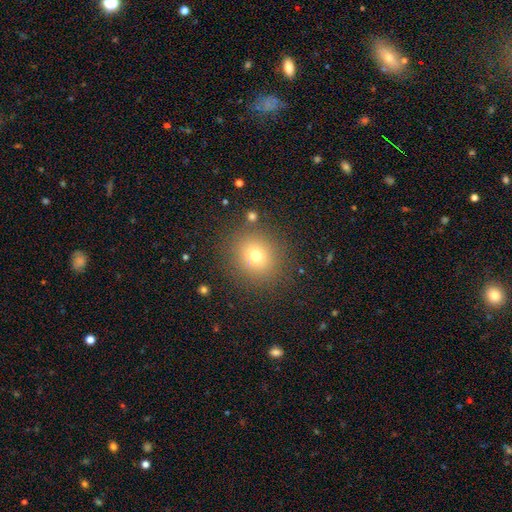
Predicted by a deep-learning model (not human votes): smooth-or-featured: smooth: 71% | star or artifact: 18% | featured or disk: 11%
  how-rounded: round: 86% | in between: 13% | cigar-shaped: 1%
  merging: none: 87% | minor disturbance: 7% | major disturbance: 3% | merger: 2%